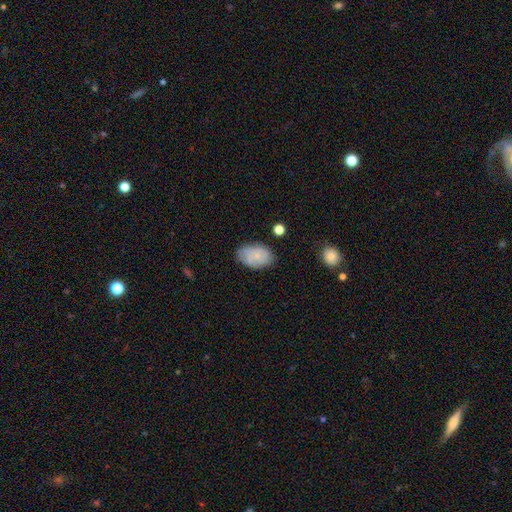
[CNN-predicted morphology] Overall: smooth (66%; featured or disk 26%). How rounded: in between (89%). Merging: none (69%).